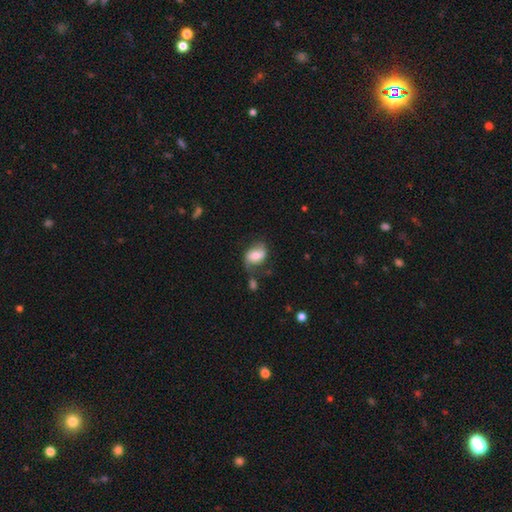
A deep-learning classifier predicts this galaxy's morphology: The model was most divided on "smooth or featured": smooth: 53%, featured or disk: 39%, star or artifact: 8%. More confident: how rounded — in between (77%); merging — none (50%).